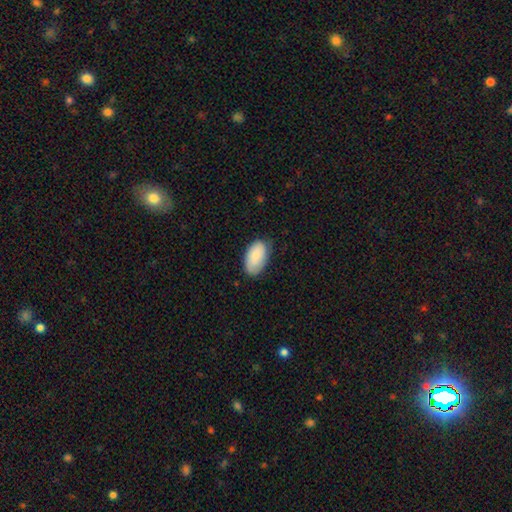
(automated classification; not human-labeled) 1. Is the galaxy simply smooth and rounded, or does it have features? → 82% smooth, 12% featured or disk, 6% star or artifact.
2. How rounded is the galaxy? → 95% in between, 3% round, 2% cigar-shaped.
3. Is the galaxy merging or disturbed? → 72% none, 23% minor disturbance, 4% major disturbance, 1% merger.